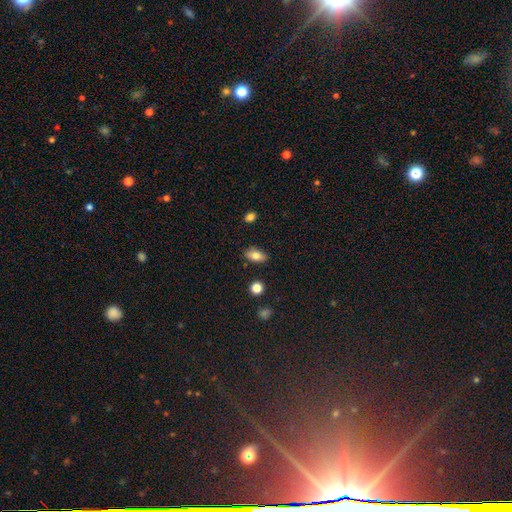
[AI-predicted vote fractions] This appears to be a smooth galaxy with no disk features (79%) that is in between round and cigar-shaped (89%). Merging: none (86%).